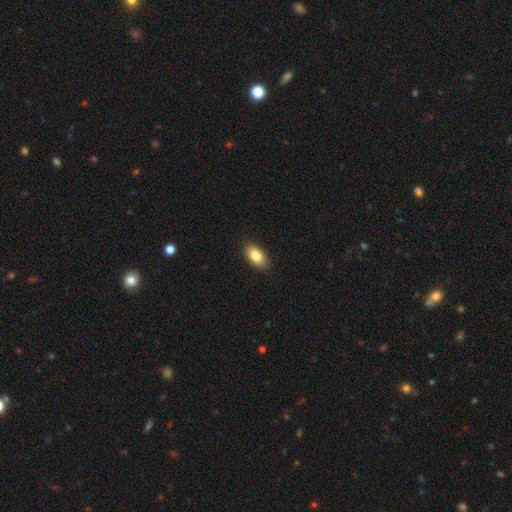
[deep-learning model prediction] A smooth galaxy with no disk features (82%) that is in between round and cigar-shaped (92%).

Vote fractions:
- Smooth or featured? smooth: 82% / featured or disk: 11% / star or artifact: 7%
- How rounded? in between: 92% / round: 5% / cigar-shaped: 3%
- Merging? none: 89% / minor disturbance: 8% / major disturbance: 2% / merger: 1%